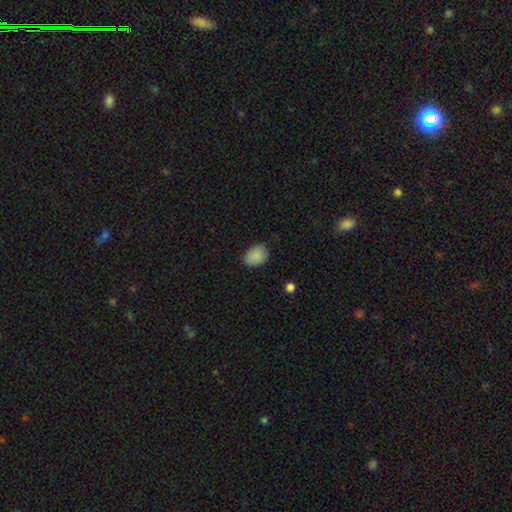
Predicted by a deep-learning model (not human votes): This is clearly a smooth galaxy (88%). How rounded: likely in between (70%). Merging: likely none (79%).